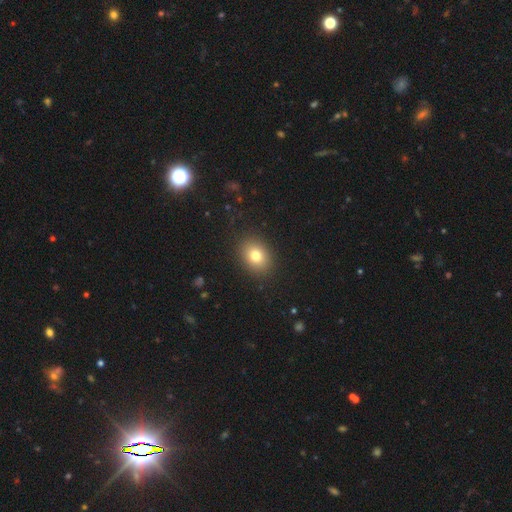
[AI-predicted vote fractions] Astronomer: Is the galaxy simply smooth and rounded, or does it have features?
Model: smooth — 79%.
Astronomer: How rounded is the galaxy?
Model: in between — 55% (runner-up: round, 44%).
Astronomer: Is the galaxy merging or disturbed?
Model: none — 88%.